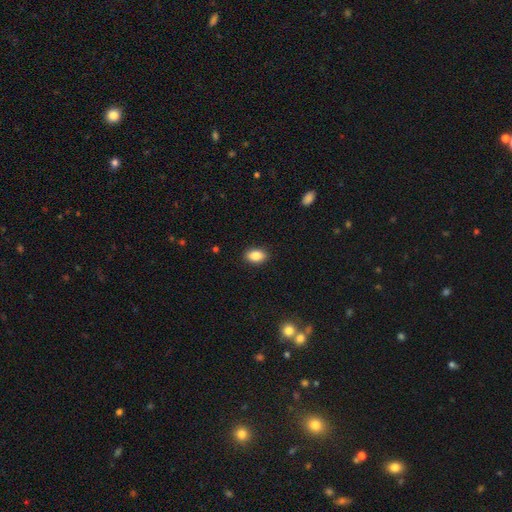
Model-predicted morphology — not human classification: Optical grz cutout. It shows a smooth galaxy with no disk features (87%) that is in between round and cigar-shaped (89%). Merging: none (90%).